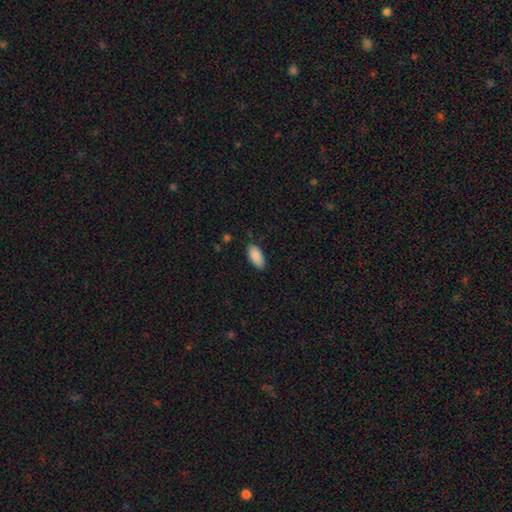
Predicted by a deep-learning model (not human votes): The model was most divided on "merging": none: 82%, minor disturbance: 14%, major disturbance: 3%, merger: 1%. More confident: how rounded — in between (91%); smooth or featured — smooth (89%).